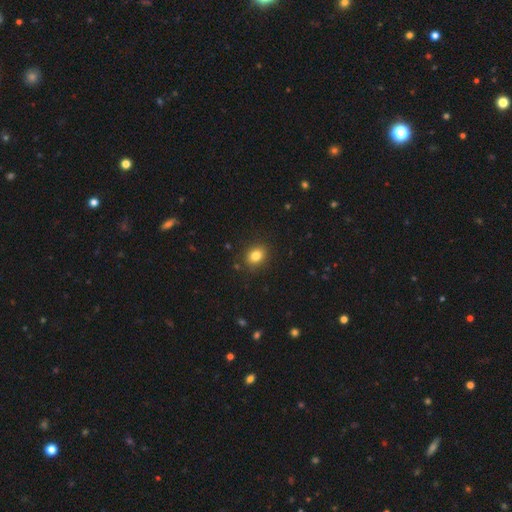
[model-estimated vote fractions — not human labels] Morphology: type=smooth (82%); roundness=in between (50%); merging=none (88%).